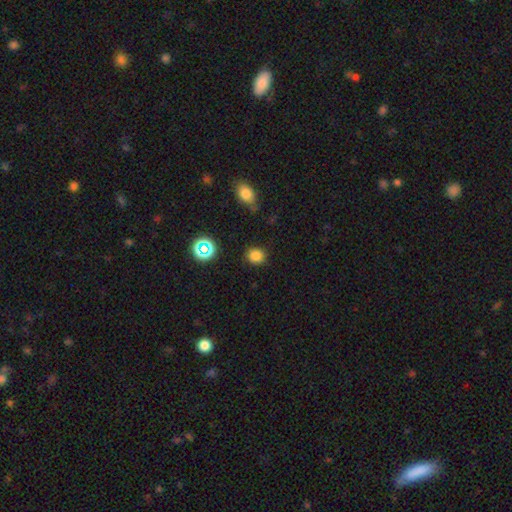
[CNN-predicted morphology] Smooth or featured? Predicted: smooth (p=0.81). How rounded? Predicted: round (p=0.81). Merging? Predicted: none (p=0.85).